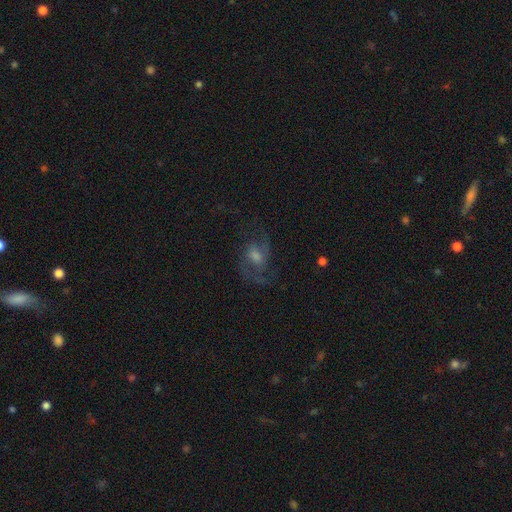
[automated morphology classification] The model was most divided on "bar": weak: 47%, no: 44%, strong: 10%. Remaining: edge-on disk — no (97%); spiral arms — yes (93%); spiral arm count — 2 (80%); smooth or featured — featured or disk (76%); merging — none (64%); spiral winding — medium (50%); bulge size — moderate (48%).